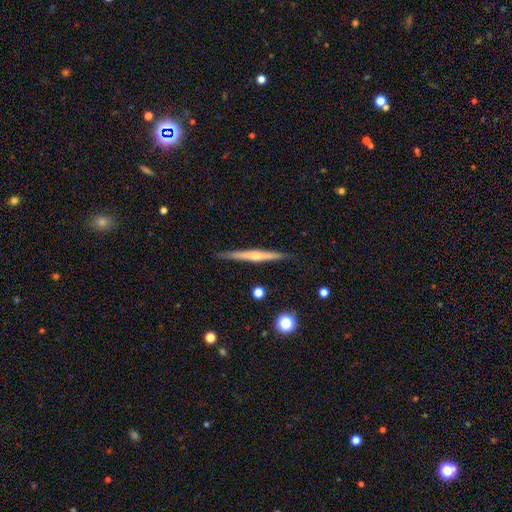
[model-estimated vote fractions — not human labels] smooth-or-featured: featured or disk: 66% | smooth: 28% | star or artifact: 6%
  disk-edge-on: yes: 98% | no: 2%
    edge-on-bulge: rounded: 66% | none: 28% | boxy: 6%
  merging: none: 89% | minor disturbance: 8% | major disturbance: 1% | merger: 1%